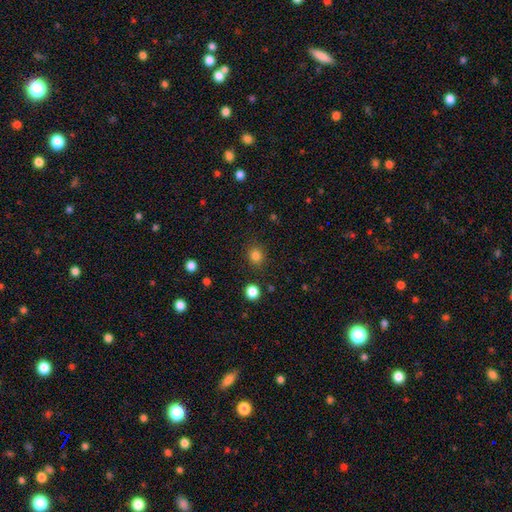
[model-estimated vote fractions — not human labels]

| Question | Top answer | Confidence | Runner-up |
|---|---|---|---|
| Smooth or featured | smooth | 82% | star or artifact (13%) |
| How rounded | round | 82% | in between (17%) |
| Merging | none | 88% | minor disturbance (8%) |